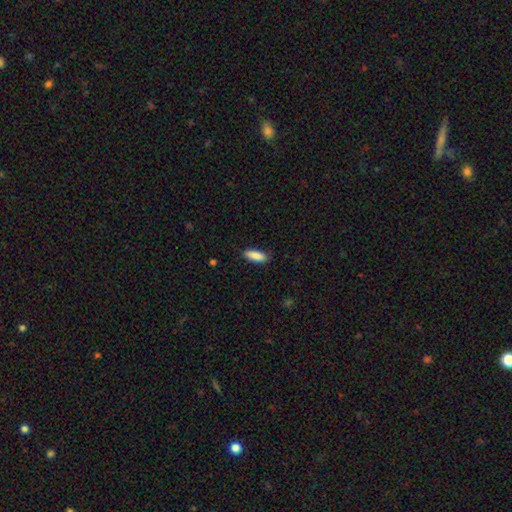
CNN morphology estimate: Smooth or featured: smooth — 89% (star or artifact — 6%)
How rounded: in between — 65% (cigar-shaped — 33%)
Merging: none — 85% (minor disturbance — 12%)